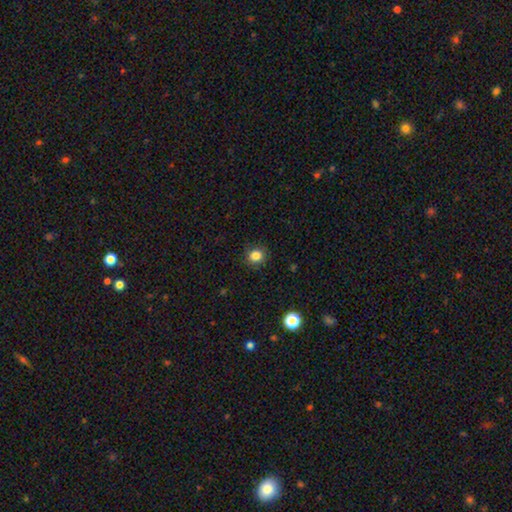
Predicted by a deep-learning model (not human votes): Smooth or featured? Predicted: smooth (p=0.84). How rounded? Predicted: round (p=0.84). Merging? Predicted: none (p=0.89).